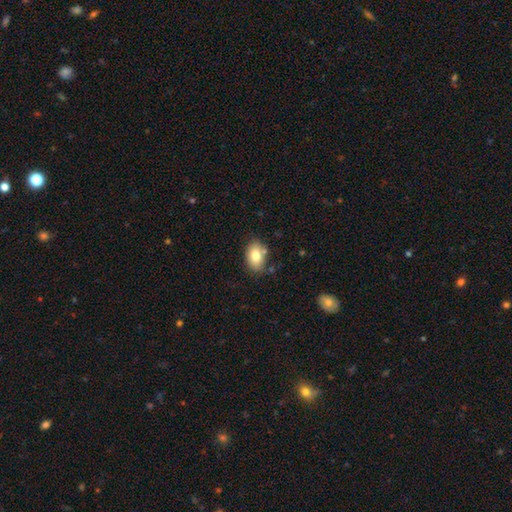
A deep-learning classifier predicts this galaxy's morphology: smooth_or_featured: smooth (p=0.80) [alt: featured or disk p=0.12]
how_rounded: in between (p=0.84) [alt: round p=0.15]
merging: none (p=0.75) [alt: minor disturbance p=0.16]